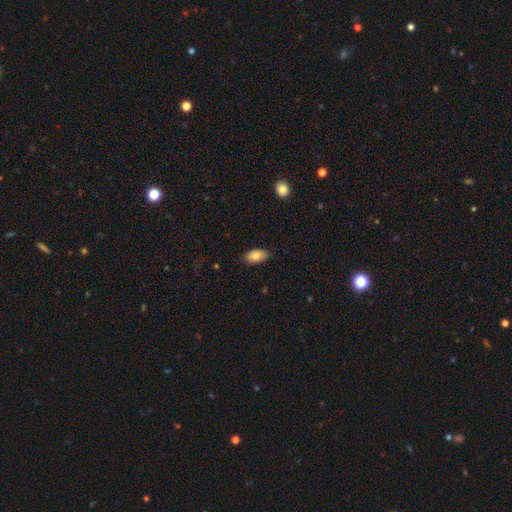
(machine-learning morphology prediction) smooth_or_featured: smooth (p=0.84) [alt: featured or disk p=0.09]
how_rounded: in between (p=0.93) [alt: round p=0.05]
merging: none (p=0.86) [alt: minor disturbance p=0.11]